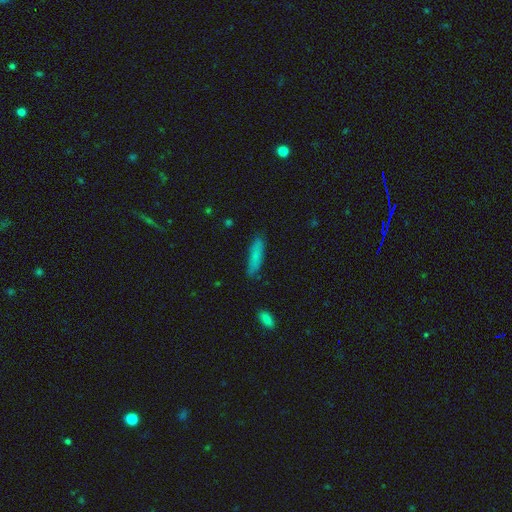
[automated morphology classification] smooth_or_featured: smooth (p=0.78) [alt: featured or disk p=0.14]
how_rounded: cigar-shaped (p=0.76) [alt: in between p=0.22]
merging: none (p=0.83) [alt: minor disturbance p=0.13]